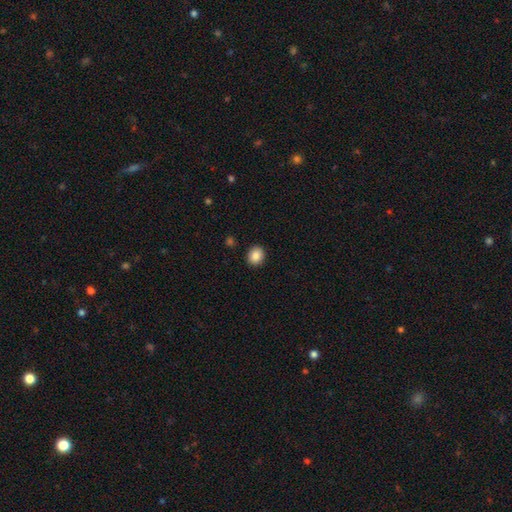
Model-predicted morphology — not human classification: Q: Smooth or featured?
A: smooth (87%); runner-up: star or artifact (9%)
Q: How rounded?
A: round (70%); runner-up: in between (29%)
Q: Merging?
A: none (91%); runner-up: minor disturbance (6%)